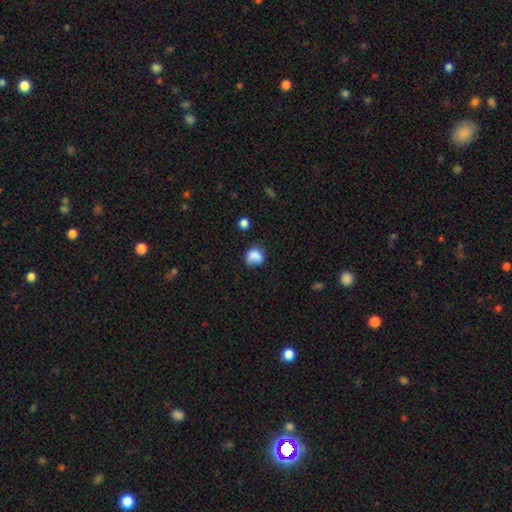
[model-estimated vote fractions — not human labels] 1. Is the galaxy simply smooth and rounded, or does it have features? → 81% smooth, 9% featured or disk, 9% star or artifact.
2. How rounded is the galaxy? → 65% round, 34% in between, 1% cigar-shaped.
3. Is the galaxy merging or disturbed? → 52% none, 31% minor disturbance, 12% major disturbance, 5% merger.